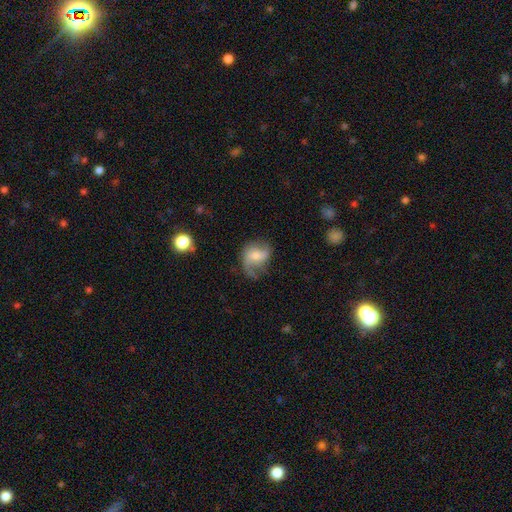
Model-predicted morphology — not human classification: The model was most divided on "bulge size": moderate: 48%, small: 43%, none: 4%, large: 4%, dominant: 1%. Remaining: edge-on disk — no (97%); spiral arms — yes (89%); smooth or featured — featured or disk (63%); spiral arm count — 2 (61%); spiral winding — loose (57%); bar — no (50%); merging — none (49%).